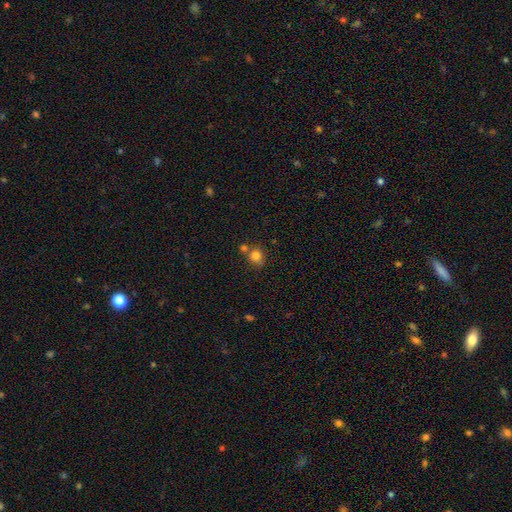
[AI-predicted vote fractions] smooth-or-featured: smooth: 80% | star or artifact: 12% | featured or disk: 8%
  how-rounded: round: 79% | in between: 20% | cigar-shaped: 1%
  merging: none: 57% | merger: 26% | minor disturbance: 13% | major disturbance: 4%